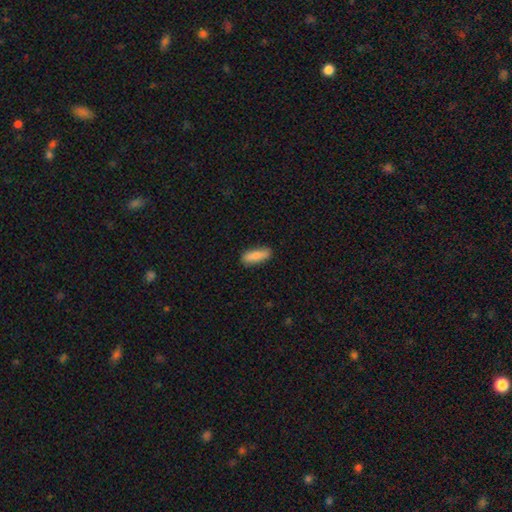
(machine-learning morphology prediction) A smooth galaxy with no disk features (84%) that is in between round and cigar-shaped (53%).

Vote fractions:
- Smooth or featured? smooth: 84% / featured or disk: 10% / star or artifact: 6%
- How rounded? in between: 53% / cigar-shaped: 45% / round: 2%
- Merging? none: 83% / minor disturbance: 13% / major disturbance: 2% / merger: 1%